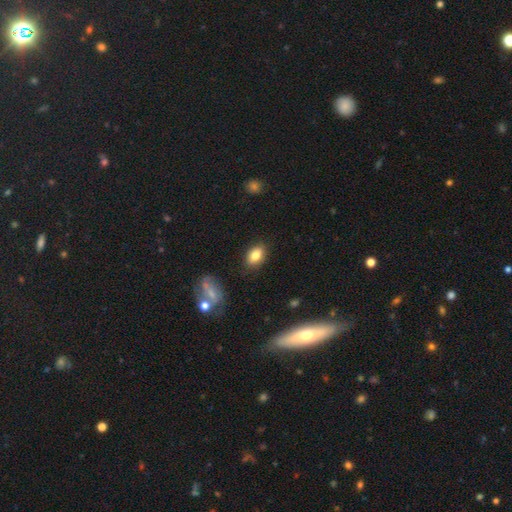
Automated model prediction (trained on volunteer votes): smooth-or-featured: smooth: 81% | featured or disk: 10% | star or artifact: 9%
  how-rounded: in between: 86% | round: 12% | cigar-shaped: 2%
  merging: none: 84% | minor disturbance: 11% | major disturbance: 3% | merger: 2%